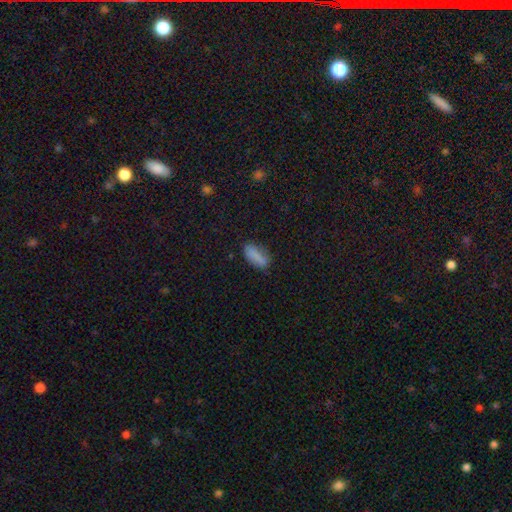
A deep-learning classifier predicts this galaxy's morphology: A smooth galaxy with no disk features (83%) that is in between round and cigar-shaped (77%).

Vote fractions:
- Smooth or featured? smooth: 83% / star or artifact: 8% / featured or disk: 8%
- How rounded? in between: 77% / cigar-shaped: 20% / round: 3%
- Merging? none: 71% / minor disturbance: 21% / major disturbance: 5% / merger: 3%